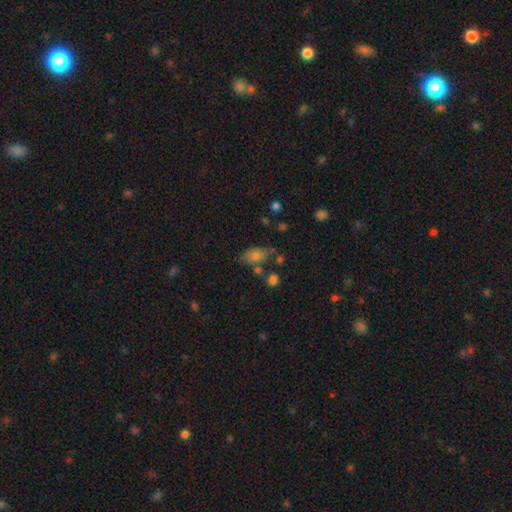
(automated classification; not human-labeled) Smooth or featured: smooth — 75% (featured or disk — 13%)
How rounded: in between — 87% (round — 10%)
Merging: none — 62% (minor disturbance — 20%)